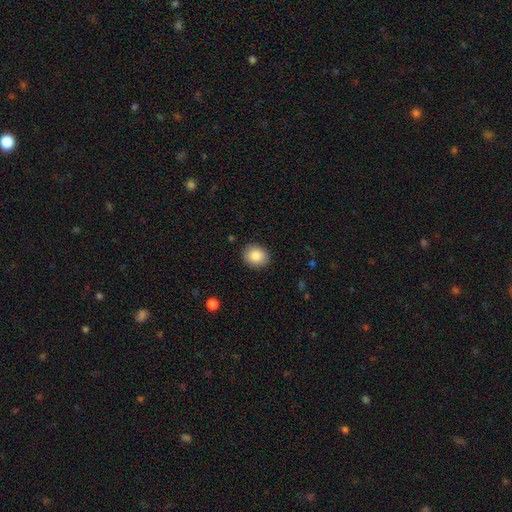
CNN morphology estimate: Smooth or featured?
  - smooth: 88% *
  - star or artifact: 8%
  - featured or disk: 4%
How rounded?
  - round: 57% *
  - in between: 42%
  - cigar-shaped: 1%
Merging?
  - none: 89% *
  - minor disturbance: 8%
  - major disturbance: 2%
  - merger: 1%